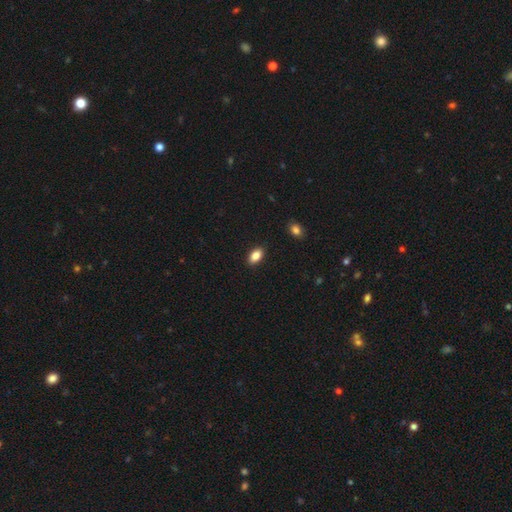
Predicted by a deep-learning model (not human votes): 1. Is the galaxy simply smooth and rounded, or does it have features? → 86% smooth, 8% star or artifact, 6% featured or disk.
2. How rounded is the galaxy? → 90% in between, 7% round, 3% cigar-shaped.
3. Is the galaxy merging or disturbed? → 89% none, 8% minor disturbance, 2% major disturbance, 1% merger.